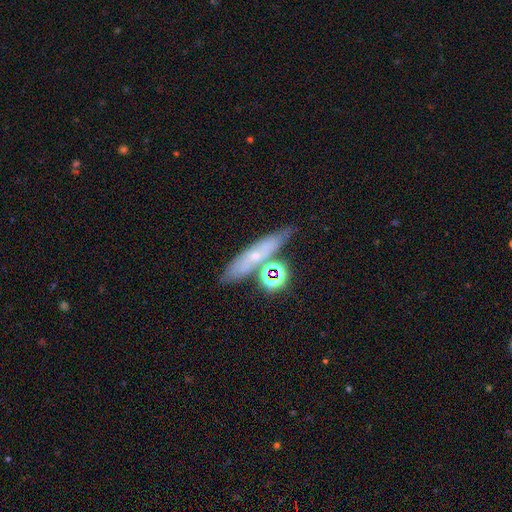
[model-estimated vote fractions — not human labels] A featured or disk galaxy (43%).

Vote fractions:
- Smooth or featured? featured or disk: 43% / smooth: 38% / star or artifact: 18%
- Merging? none: 67% / minor disturbance: 15% / merger: 13% / major disturbance: 5%